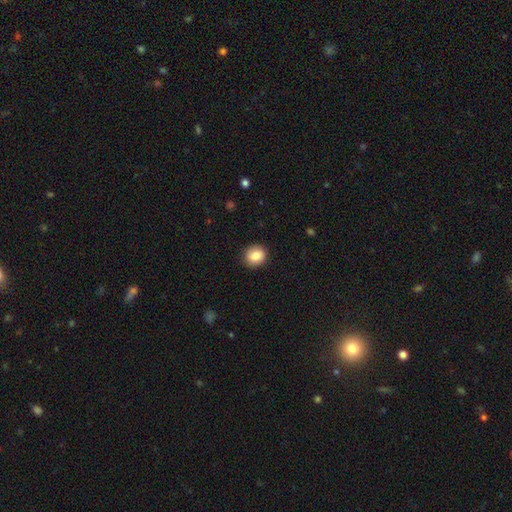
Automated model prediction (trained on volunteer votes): Morphology: type=smooth (86%); roundness=round (78%); merging=none (89%).